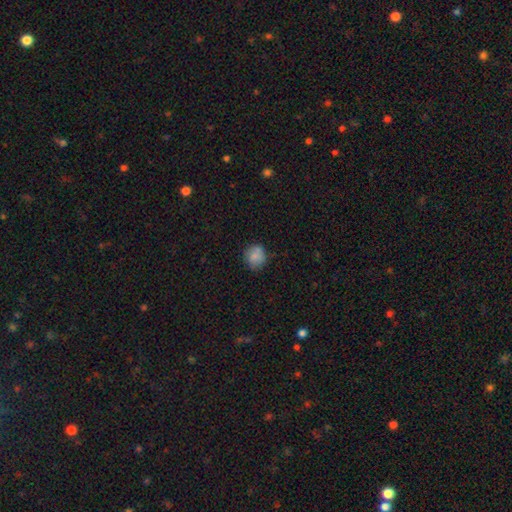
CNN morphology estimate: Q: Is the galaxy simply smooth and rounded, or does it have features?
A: smooth — 82%.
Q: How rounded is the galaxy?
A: round — 83%.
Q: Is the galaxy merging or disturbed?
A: none — 75%.